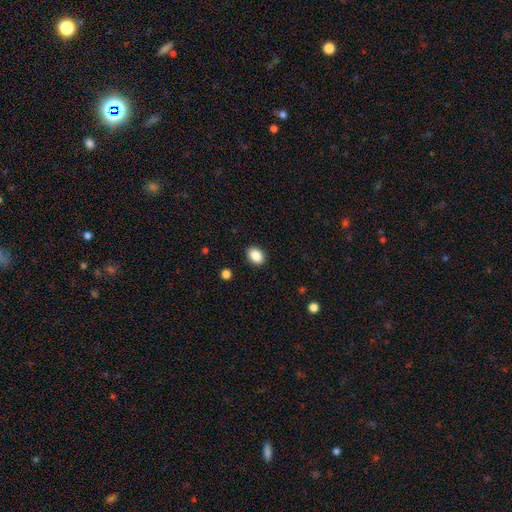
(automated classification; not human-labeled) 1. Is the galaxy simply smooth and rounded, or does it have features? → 87% smooth, 9% star or artifact, 5% featured or disk.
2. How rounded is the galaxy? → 70% in between, 29% round, 1% cigar-shaped.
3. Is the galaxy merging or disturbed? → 90% none, 7% minor disturbance, 2% major disturbance, 1% merger.